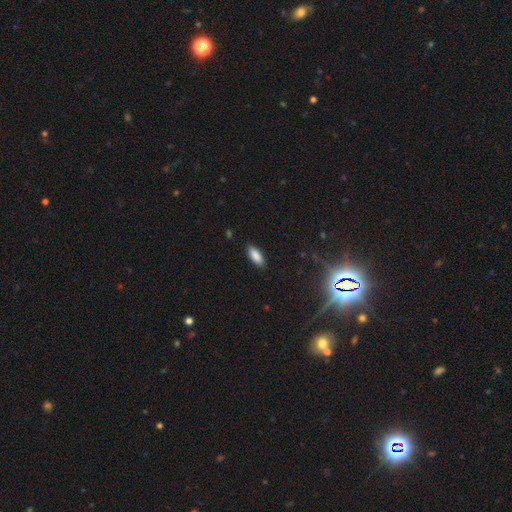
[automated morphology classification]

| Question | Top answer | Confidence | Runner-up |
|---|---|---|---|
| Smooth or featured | smooth | 87% | star or artifact (7%) |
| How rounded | in between | 82% | cigar-shaped (16%) |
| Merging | none | 87% | minor disturbance (10%) |